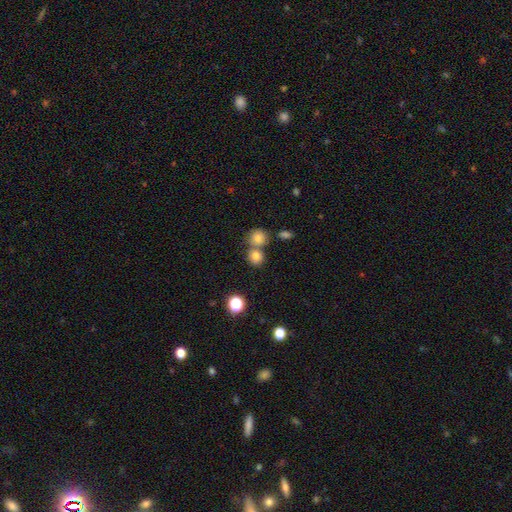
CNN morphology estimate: Overall: smooth (80%). How rounded: round (83%). Merging: none (51%; merger 39%).